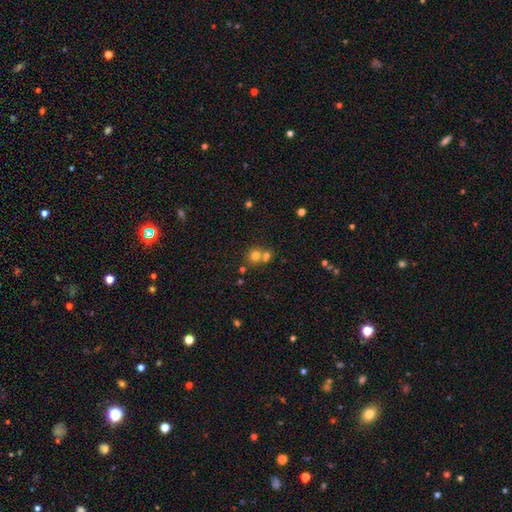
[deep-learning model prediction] Smooth or featured: smooth — 73% (star or artifact — 15%)
How rounded: round — 84% (in between — 15%)
Merging: none — 46% (merger — 45%)